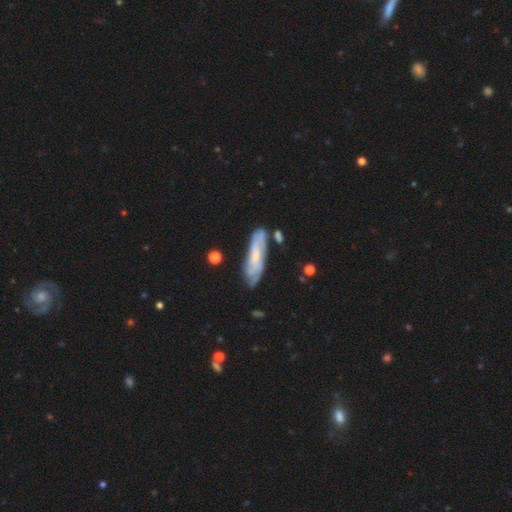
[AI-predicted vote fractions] smooth_or_featured: featured or disk (p=0.55) [alt: smooth p=0.38]
disk_edge_on: no (p=0.70) [alt: yes p=0.30]
merging: none (p=0.70) [alt: minor disturbance p=0.19]